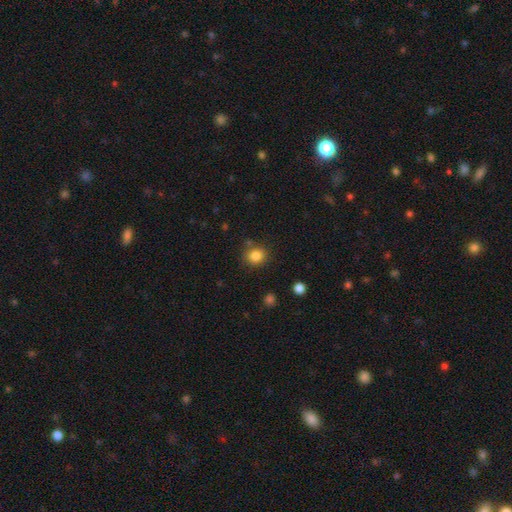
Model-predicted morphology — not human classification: type=smooth (84%); roundness=round (80%); merging=none (82%).